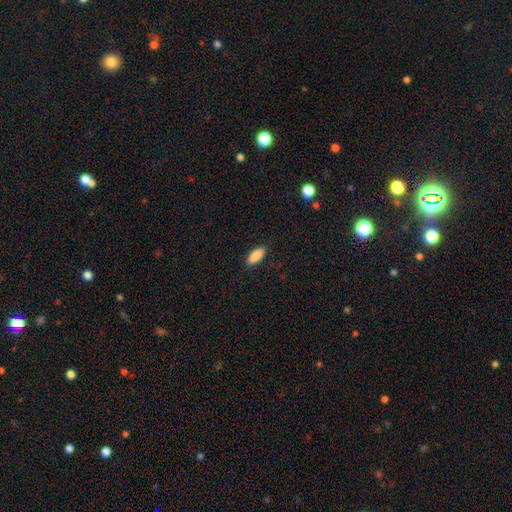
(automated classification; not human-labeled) Smooth or featured? Predicted: smooth (p=0.89). How rounded? Predicted: in between (p=0.83). Merging? Predicted: none (p=0.89).